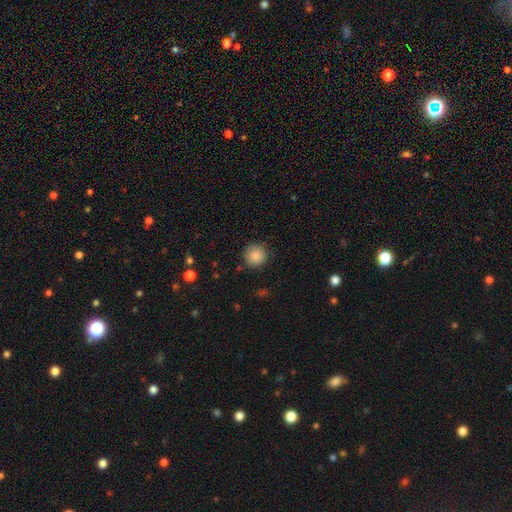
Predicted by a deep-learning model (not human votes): Smooth or featured? Predicted: smooth (p=0.87). How rounded? Predicted: round (p=0.94). Merging? Predicted: none (p=0.85).